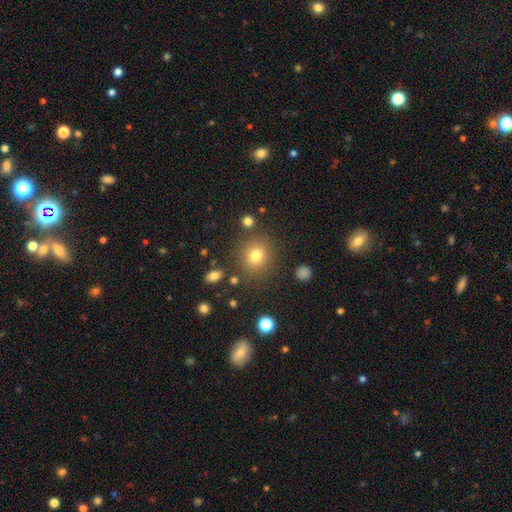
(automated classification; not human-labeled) The model was most divided on "smooth or featured": smooth: 76%, star or artifact: 15%, featured or disk: 9%. More confident: merging — none (83%); how rounded — round (82%).